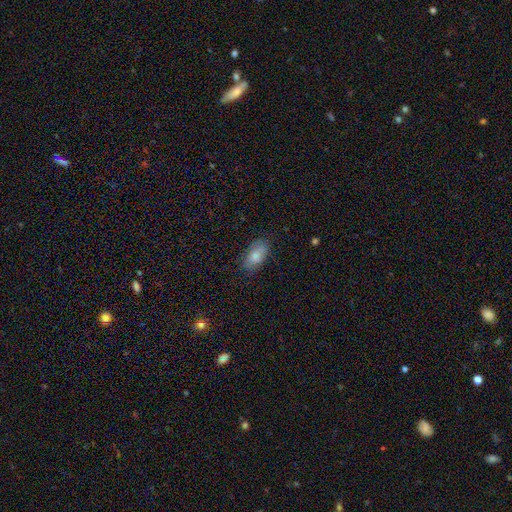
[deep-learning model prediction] Smooth or featured? Predicted: smooth (p=0.82). How rounded? Predicted: in between (p=0.92). Merging? Predicted: none (p=0.79).